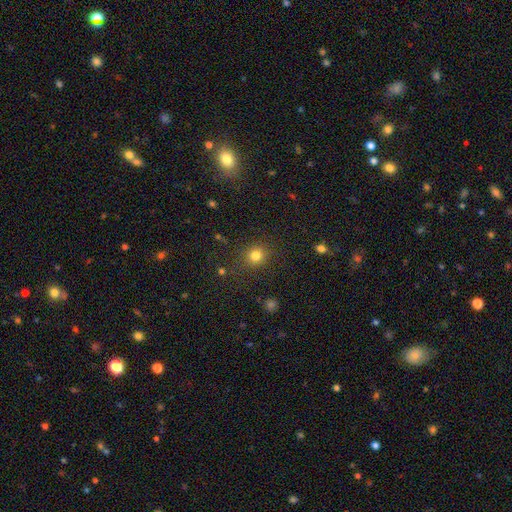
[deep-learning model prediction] Smooth or featured? smooth (80%)
How rounded? round (85%)
Merging? none (84%)